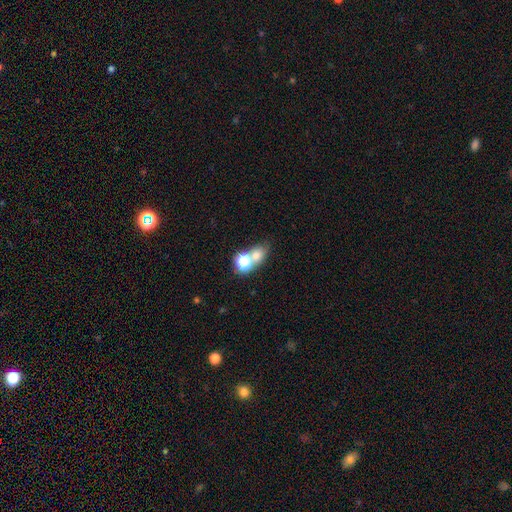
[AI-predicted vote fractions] This appears to be a smooth galaxy with no disk features (68%) that is round (55%). Merging: merger (44%).